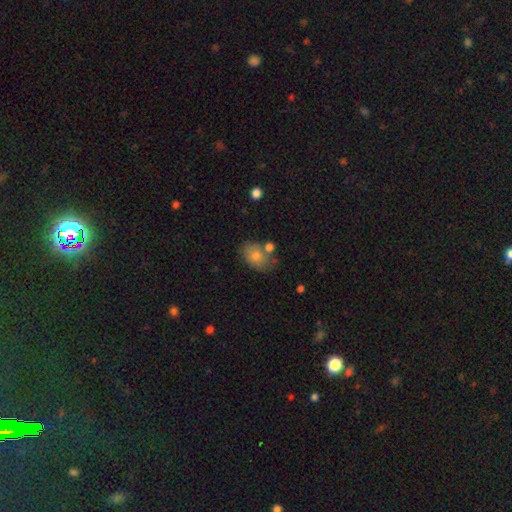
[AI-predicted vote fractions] A smooth galaxy with no disk features (76%) that is in between round and cigar-shaped (81%).

Vote fractions:
- Smooth or featured? smooth: 76% / featured or disk: 14% / star or artifact: 9%
- How rounded? in between: 81% / round: 18% / cigar-shaped: 1%
- Merging? none: 63% / minor disturbance: 18% / merger: 13% / major disturbance: 5%